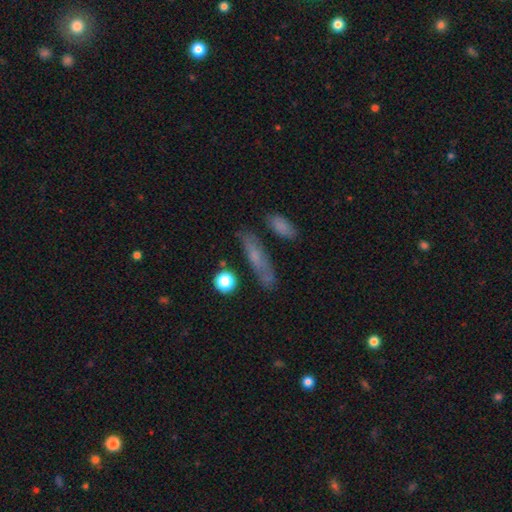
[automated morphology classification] Smooth or featured? Predicted: smooth (p=0.59). How rounded? Predicted: cigar-shaped (p=0.67). Merging? Predicted: none (p=0.75).